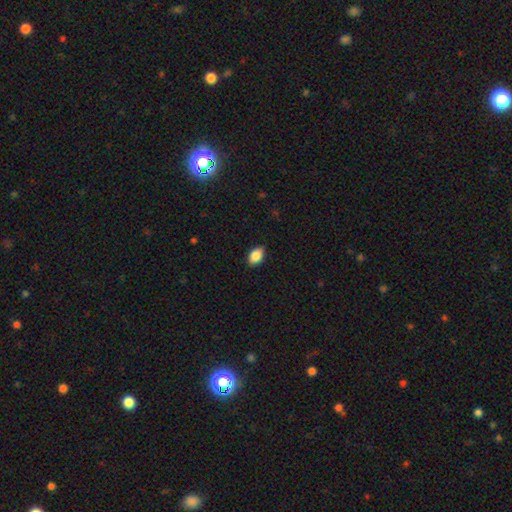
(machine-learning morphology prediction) A smooth galaxy with no disk features (86%) that is in between round and cigar-shaped (87%).

Vote fractions:
- Smooth or featured? smooth: 86% / star or artifact: 8% / featured or disk: 6%
- How rounded? in between: 87% / round: 11% / cigar-shaped: 2%
- Merging? none: 84% / minor disturbance: 13% / major disturbance: 2% / merger: 1%